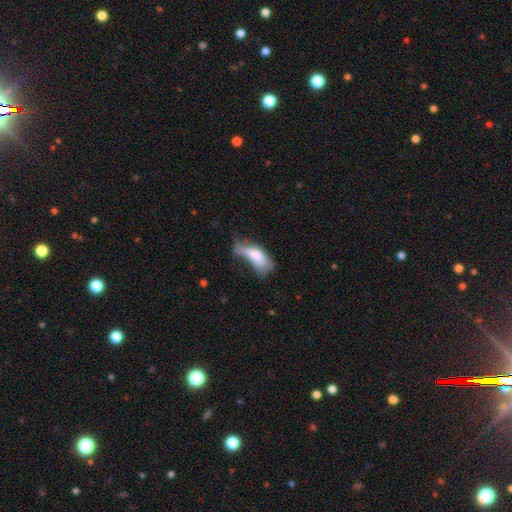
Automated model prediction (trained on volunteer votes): Smooth or featured: smooth — 67% (featured or disk — 24%)
How rounded: in between — 75% (cigar-shaped — 22%)
Merging: major disturbance — 46% (minor disturbance — 26%)